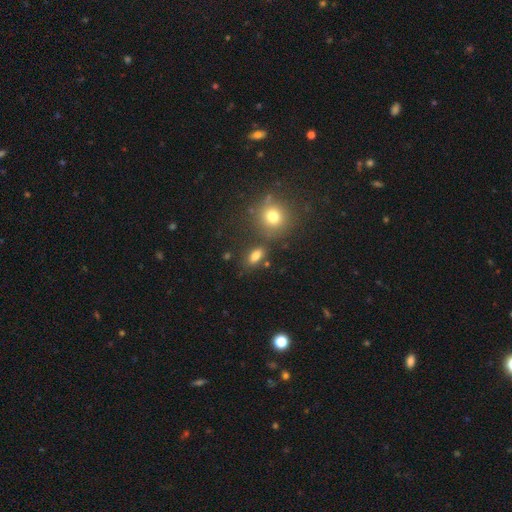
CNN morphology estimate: A smooth galaxy with no disk features (79%) that is in between round and cigar-shaped (80%). Merging: none (77%).